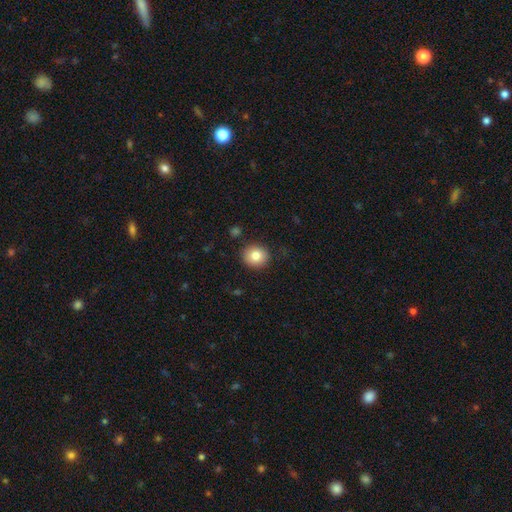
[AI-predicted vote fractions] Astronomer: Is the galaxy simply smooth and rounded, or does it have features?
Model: smooth — 82%.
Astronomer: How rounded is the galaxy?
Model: round — 85%.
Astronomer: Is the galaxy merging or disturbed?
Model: none — 89%.